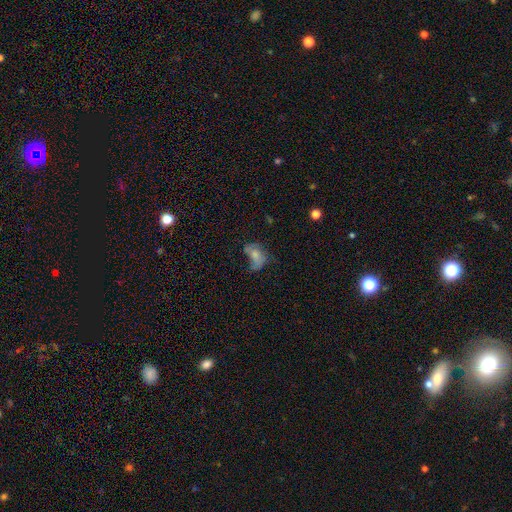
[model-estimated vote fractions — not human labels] Smooth or featured? smooth (56%)
How rounded? in between (80%)
Merging? major disturbance (38%)